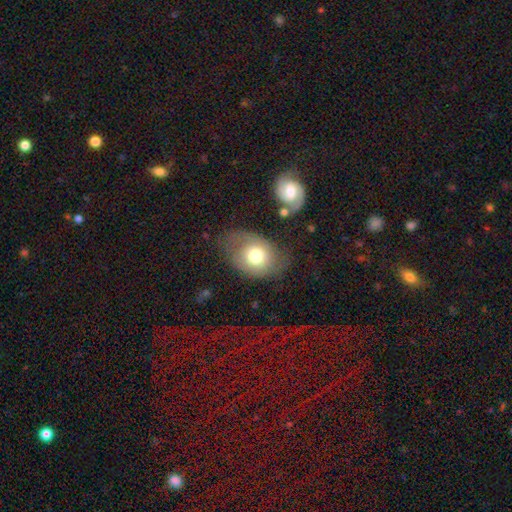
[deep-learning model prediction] smooth_or_featured: smooth (p=0.57) [alt: featured or disk p=0.35]
how_rounded: in between (p=0.64) [alt: round p=0.35]
merging: none (p=0.52) [alt: minor disturbance p=0.26]